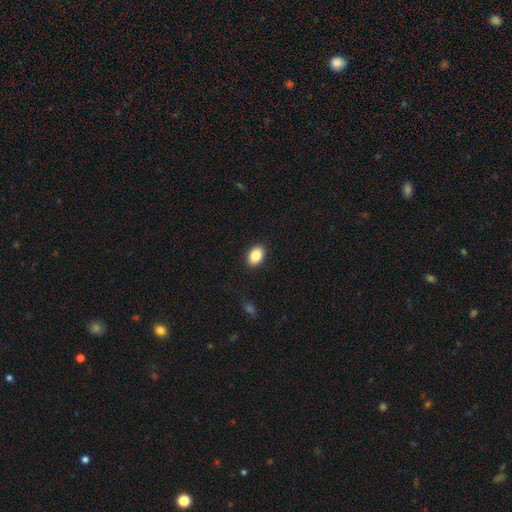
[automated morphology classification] type=smooth (86%); roundness=in between (81%); merging=none (90%).